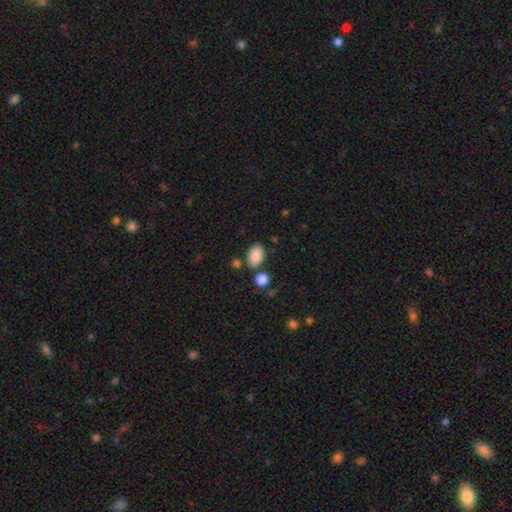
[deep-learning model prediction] This is clearly a smooth galaxy (88%). How rounded: clearly in between (90%). Merging: likely none (74%).